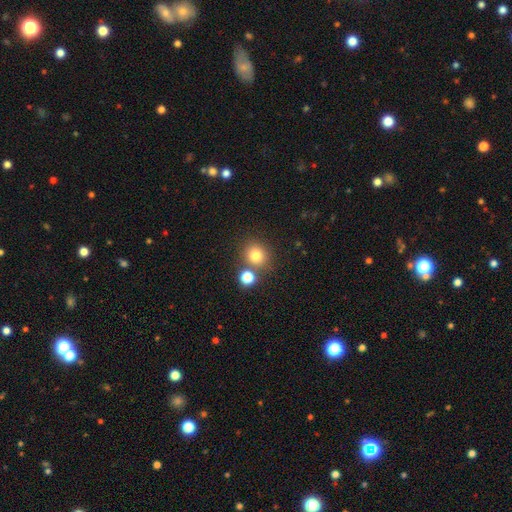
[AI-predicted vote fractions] Q: Smooth or featured?
A: smooth (78%); runner-up: star or artifact (14%)
Q: How rounded?
A: round (87%); runner-up: in between (12%)
Q: Merging?
A: none (73%); runner-up: merger (16%)